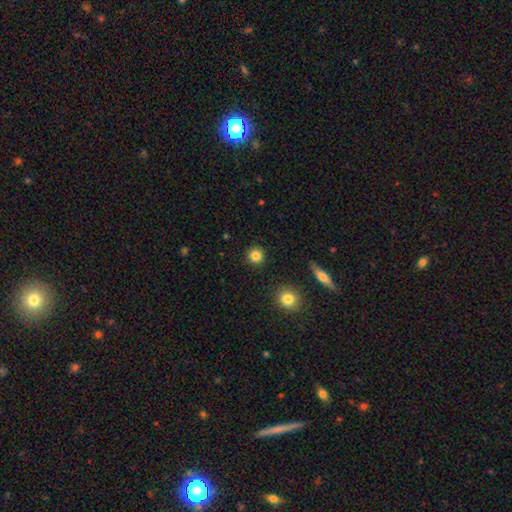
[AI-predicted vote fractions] This is clearly a smooth galaxy (84%). How rounded: clearly round (95%). Merging: clearly none (92%).